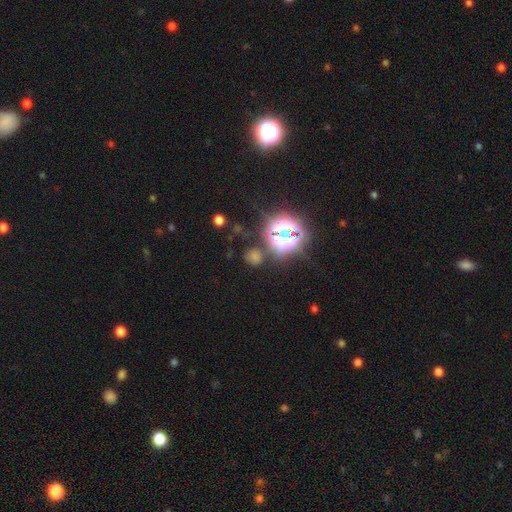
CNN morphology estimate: The model was most divided on "smooth or featured": star or artifact: 59%, smooth: 32%, featured or disk: 9%.